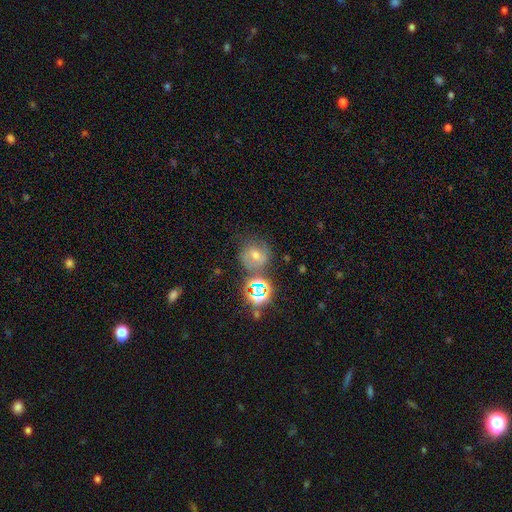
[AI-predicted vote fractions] Q: Smooth or featured?
A: featured or disk (40%); runner-up: star or artifact (34%)
Q: Merging?
A: none (67%); runner-up: minor disturbance (16%)